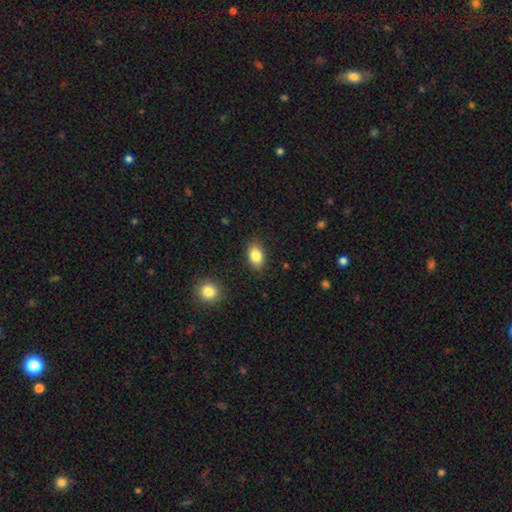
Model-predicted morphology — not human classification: The model was most divided on "how rounded": in between: 87%, round: 11%, cigar-shaped: 2%. More confident: merging — none (86%); smooth or featured — smooth (84%).